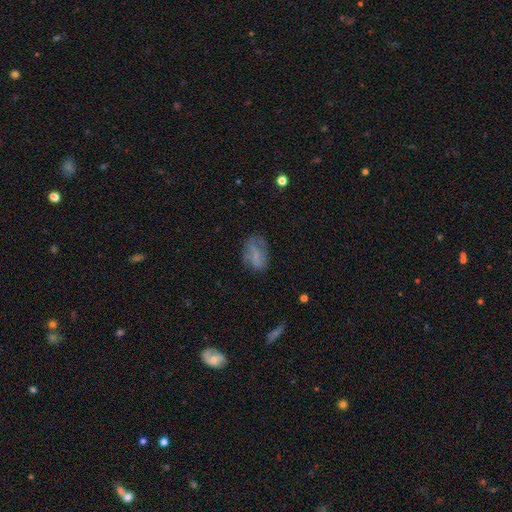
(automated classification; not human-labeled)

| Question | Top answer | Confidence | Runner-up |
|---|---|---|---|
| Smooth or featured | smooth | 53% | featured or disk (37%) |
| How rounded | in between | 85% | round (12%) |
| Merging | none | 58% | minor disturbance (26%) |